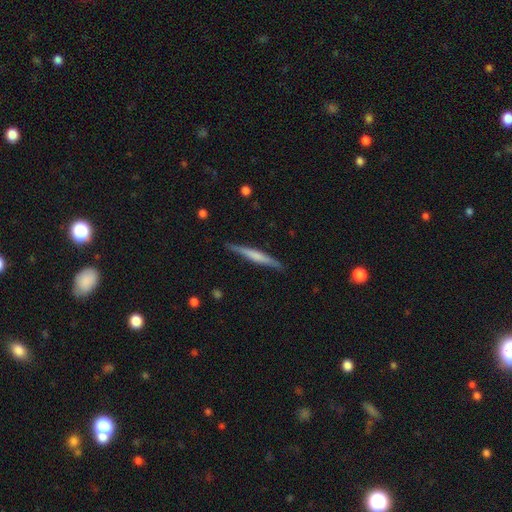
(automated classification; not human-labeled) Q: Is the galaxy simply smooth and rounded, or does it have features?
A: featured or disk — 54%.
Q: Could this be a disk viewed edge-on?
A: yes — 97%.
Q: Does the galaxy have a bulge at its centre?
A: none — 40%.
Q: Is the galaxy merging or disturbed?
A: none — 88%.